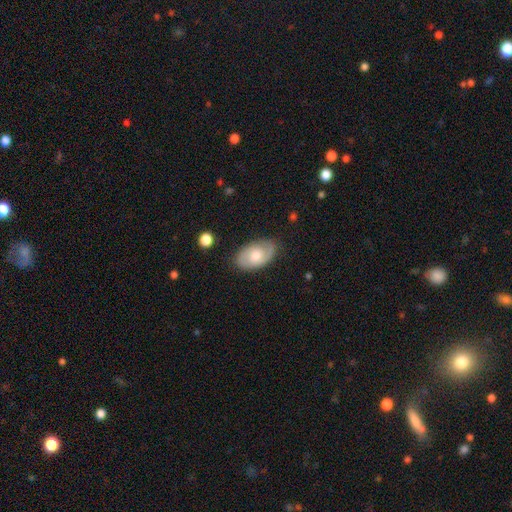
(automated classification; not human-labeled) This is possibly a smooth galaxy (48%). Merging: likely none (77%).